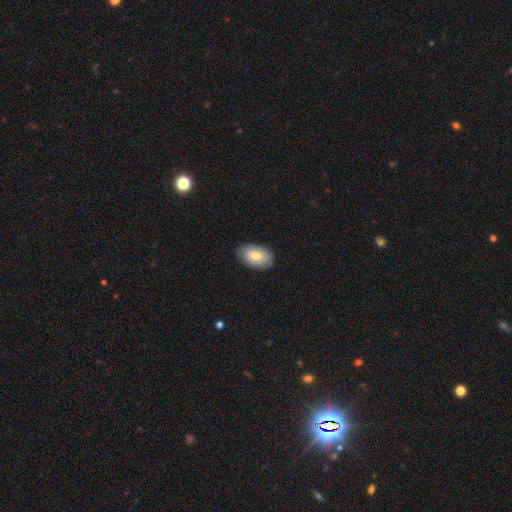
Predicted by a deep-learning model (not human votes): Smooth or featured? Predicted: smooth (p=0.76). How rounded? Predicted: in between (p=0.91). Merging? Predicted: none (p=0.85).